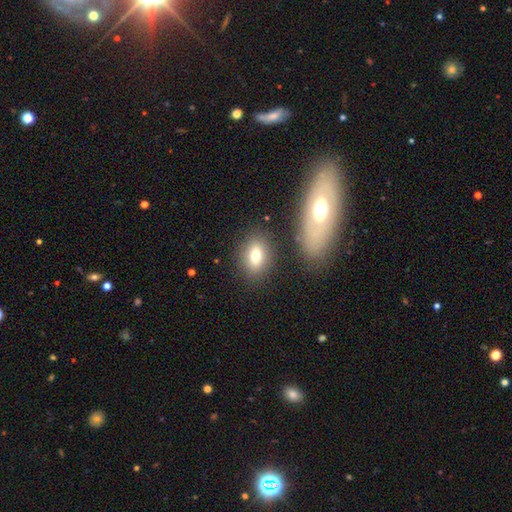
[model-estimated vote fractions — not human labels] Smooth or featured: smooth — 76% (featured or disk — 14%)
How rounded: in between — 77% (round — 20%)
Merging: none — 80% (minor disturbance — 11%)